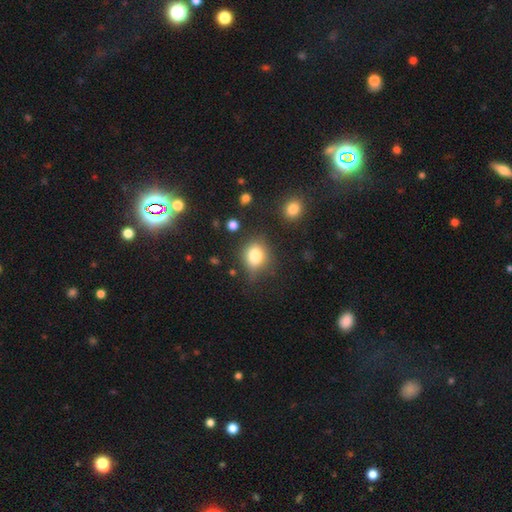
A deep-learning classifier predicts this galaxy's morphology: Overall: smooth (78%). How rounded: round (63%; in between 36%). Merging: none (70%).